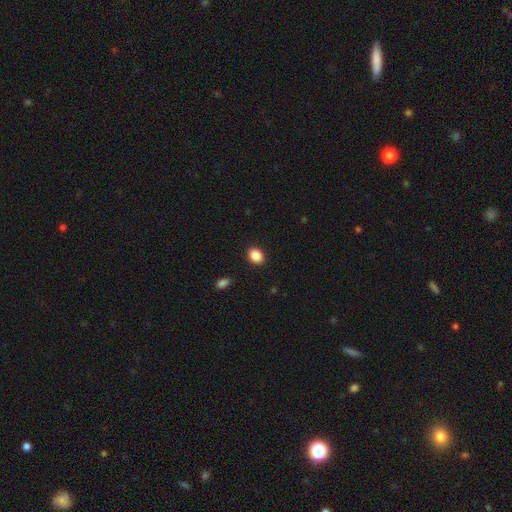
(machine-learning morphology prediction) type=smooth (88%); roundness=in between (58%); merging=none (90%).